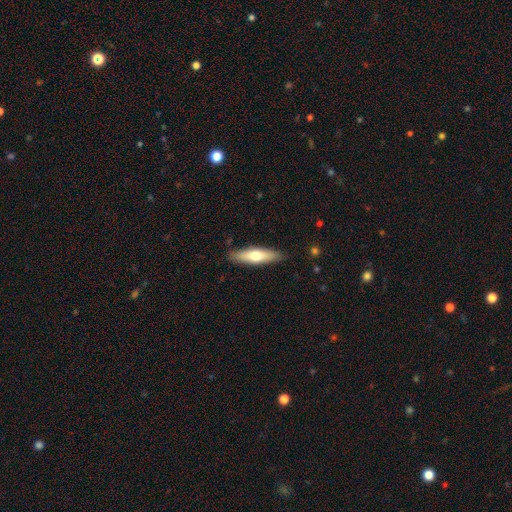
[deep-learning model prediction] Overall: smooth (59%; featured or disk 35%). How rounded: cigar-shaped (68%; in between 30%). Merging: none (88%).